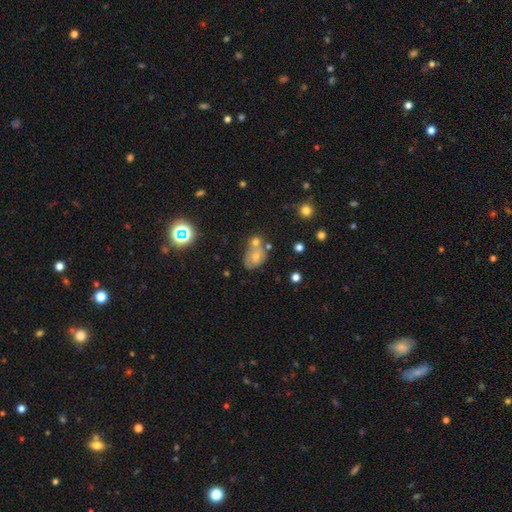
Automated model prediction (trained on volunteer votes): This appears to be a smooth galaxy with no disk features (56%) that is in between round and cigar-shaped (67%). Merging: merger (44%).